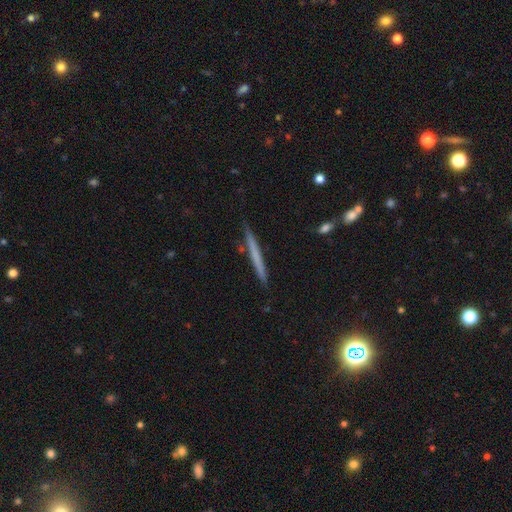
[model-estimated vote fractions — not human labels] This appears to be a smooth galaxy with no disk features (54%) that is cigar-shaped (97%). Merging: none (90%).